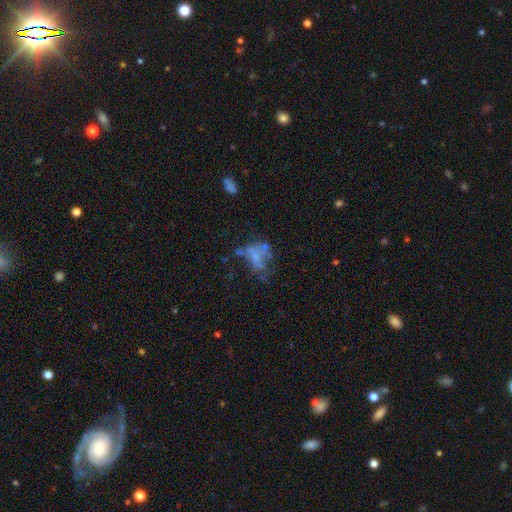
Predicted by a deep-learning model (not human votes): smooth_or_featured: featured or disk (p=0.49) [alt: smooth p=0.34]
merging: major disturbance (p=0.35) [alt: none p=0.31]